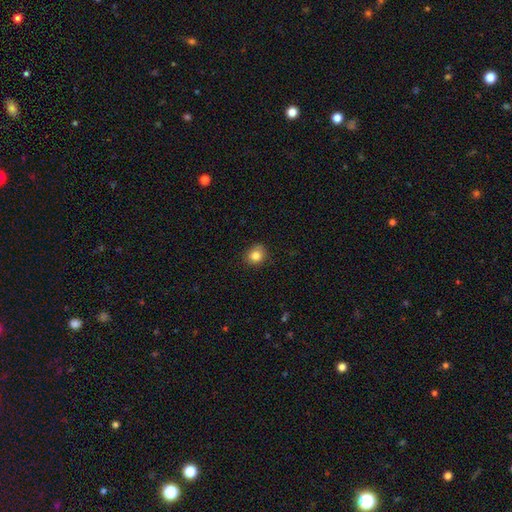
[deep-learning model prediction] Q: Smooth or featured?
A: smooth (83%); runner-up: star or artifact (11%)
Q: How rounded?
A: round (80%); runner-up: in between (19%)
Q: Merging?
A: none (81%); runner-up: minor disturbance (15%)